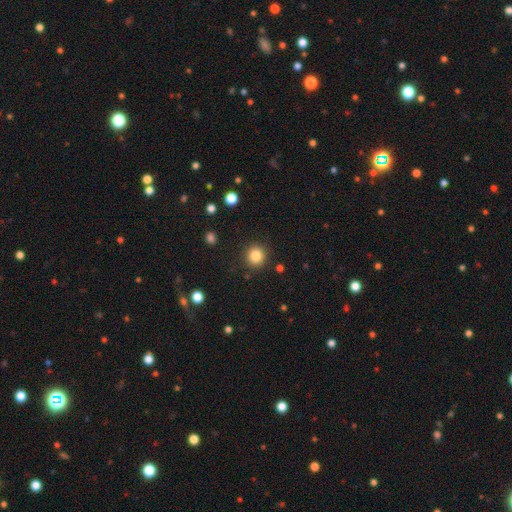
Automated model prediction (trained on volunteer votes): Smooth or featured: smooth — 84% (star or artifact — 11%)
How rounded: round — 93% (in between — 7%)
Merging: none — 90% (minor disturbance — 6%)